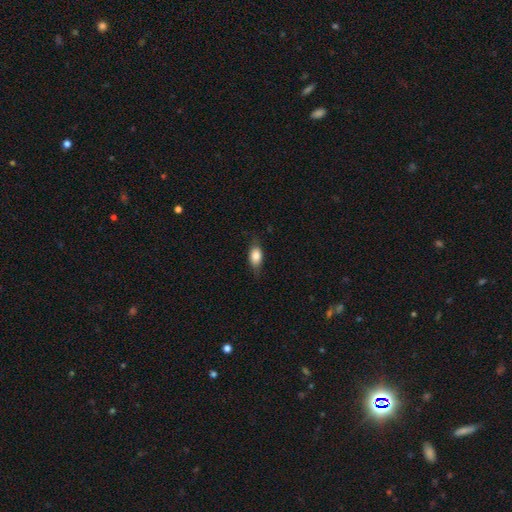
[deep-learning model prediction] Smooth or featured? smooth (81%)
How rounded? in between (84%)
Merging? none (74%)